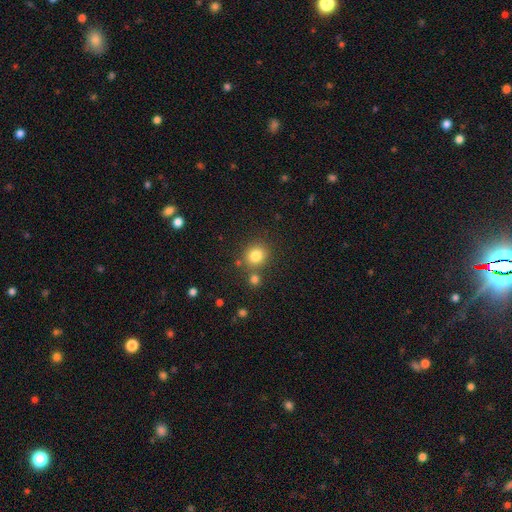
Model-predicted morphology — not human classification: Overall: smooth (81%). How rounded: round (83%). Merging: none (74%).